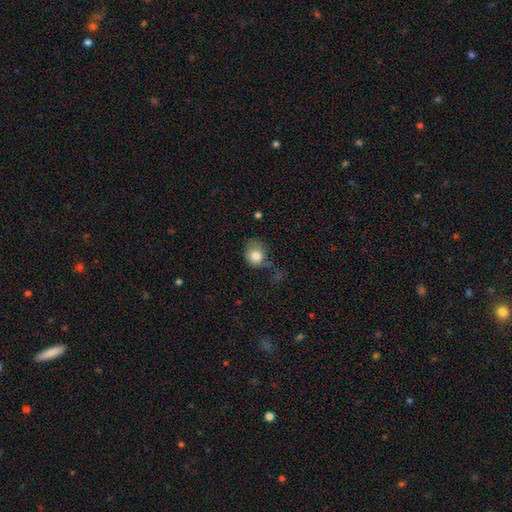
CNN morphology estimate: The model was most divided on "merging": none: 44%, minor disturbance: 32%, major disturbance: 19%, merger: 5%. More confident: smooth or featured — smooth (81%); how rounded — round (71%).